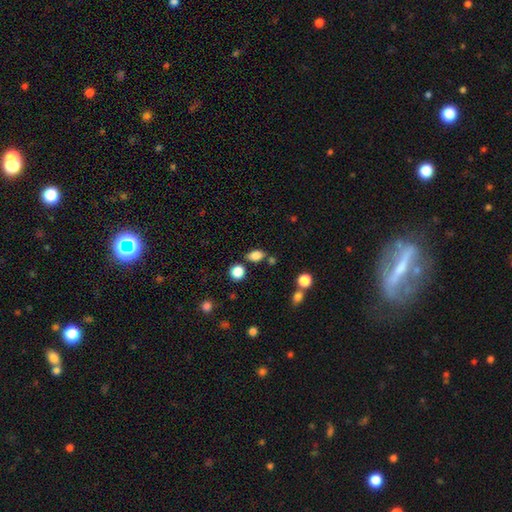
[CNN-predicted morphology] Smooth or featured?
  - smooth: 82% *
  - star or artifact: 11%
  - featured or disk: 7%
How rounded?
  - in between: 81% *
  - round: 16%
  - cigar-shaped: 3%
Merging?
  - none: 72% *
  - minor disturbance: 14%
  - merger: 10%
  - major disturbance: 4%